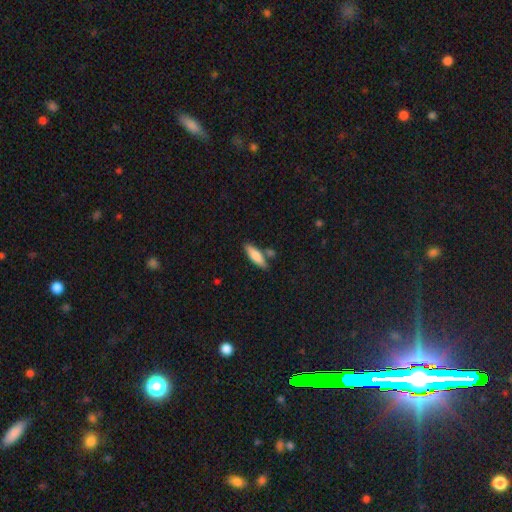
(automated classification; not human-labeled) smooth-or-featured: smooth: 76% | featured or disk: 18% | star or artifact: 6%
  how-rounded: cigar-shaped: 54% | in between: 44% | round: 2%
  merging: none: 73% | minor disturbance: 13% | merger: 11% | major disturbance: 3%